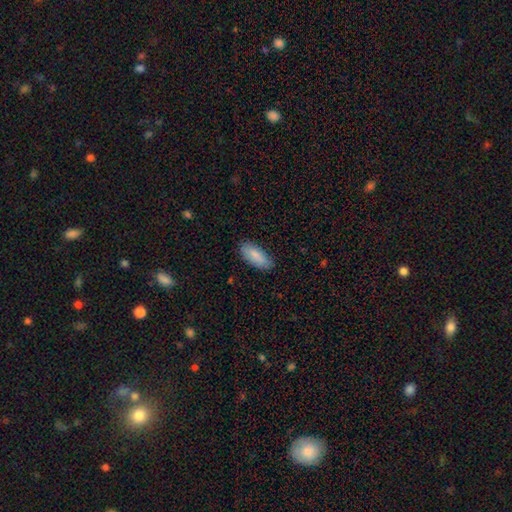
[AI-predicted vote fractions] A smooth galaxy with no disk features (87%) that is in between round and cigar-shaped (82%). Merging: none (83%).